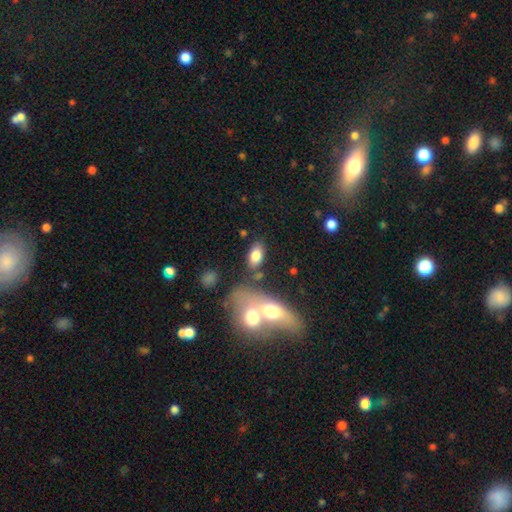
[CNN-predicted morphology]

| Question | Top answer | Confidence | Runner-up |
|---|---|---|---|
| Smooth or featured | smooth | 79% | featured or disk (13%) |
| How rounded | in between | 91% | round (6%) |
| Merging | none | 68% | merger (15%) |